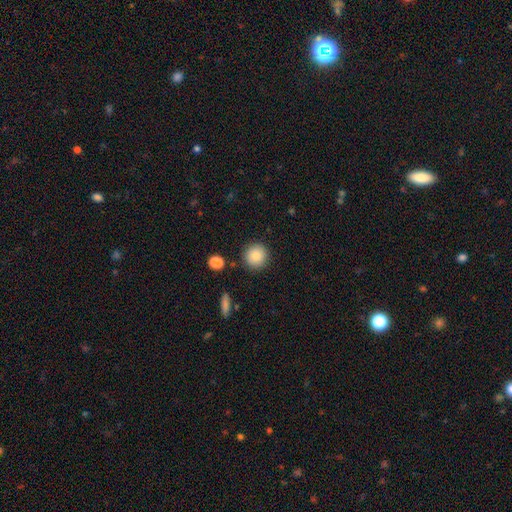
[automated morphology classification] Overall: smooth (84%). How rounded: round (93%). Merging: none (89%).